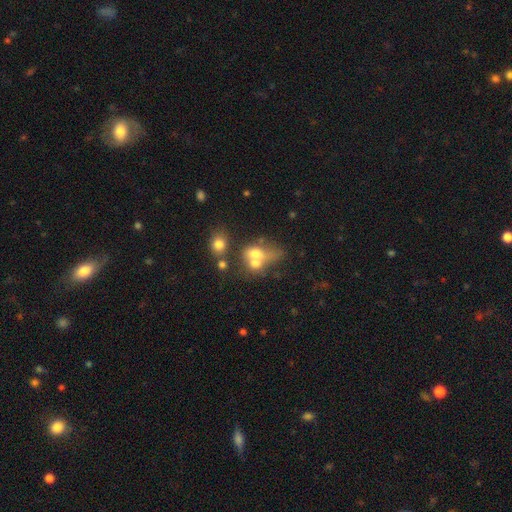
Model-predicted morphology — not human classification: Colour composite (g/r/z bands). It shows a smooth galaxy with no disk features (62%) that is in between round and cigar-shaped (53%). Merging: merger (62%).